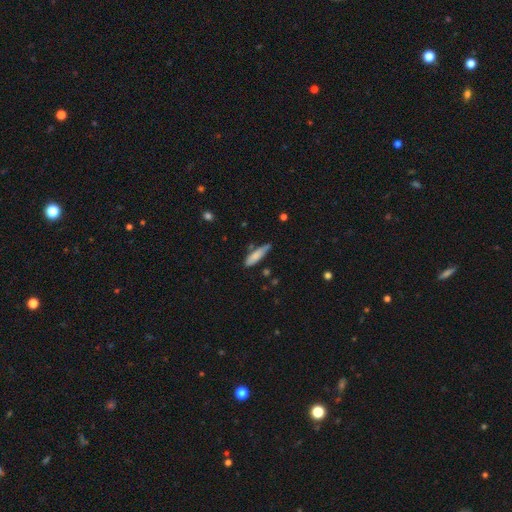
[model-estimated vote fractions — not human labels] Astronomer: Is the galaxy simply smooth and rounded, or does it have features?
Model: smooth — 80%.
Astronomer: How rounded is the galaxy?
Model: cigar-shaped — 66%.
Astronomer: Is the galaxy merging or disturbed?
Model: none — 64%.